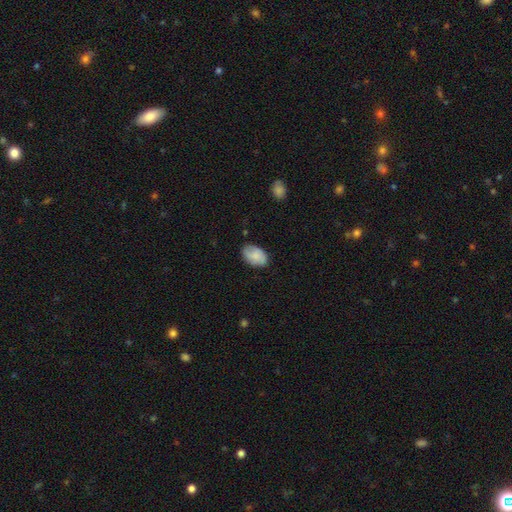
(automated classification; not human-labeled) Smooth or featured? Predicted: smooth (p=0.75). How rounded? Predicted: in between (p=0.89). Merging? Predicted: none (p=0.75).